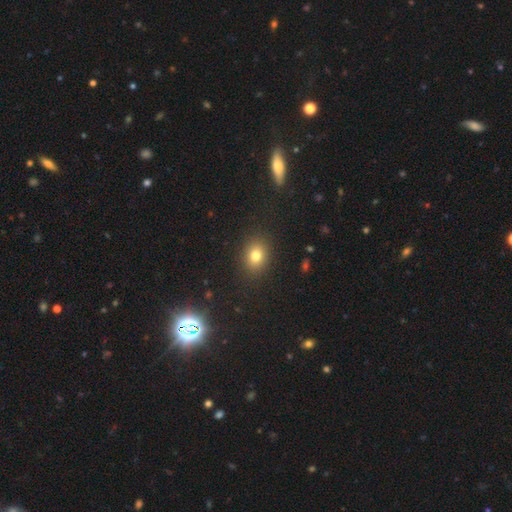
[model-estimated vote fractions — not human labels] Smooth or featured? Predicted: smooth (p=0.78). How rounded? Predicted: round (p=0.50). Merging? Predicted: none (p=0.88).